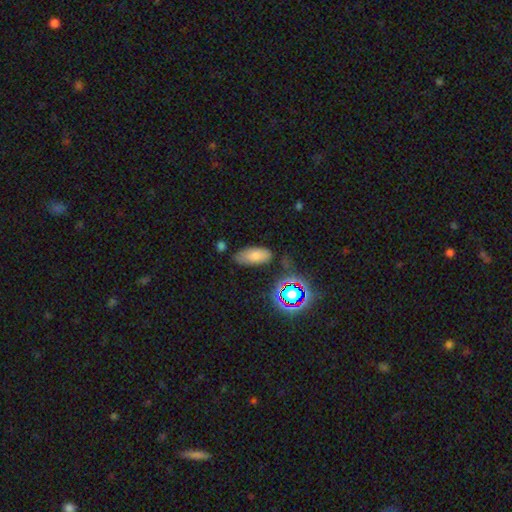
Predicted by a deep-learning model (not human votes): Smooth or featured: smooth — 74% (star or artifact — 14%)
How rounded: in between — 87% (cigar-shaped — 9%)
Merging: none — 72% (minor disturbance — 18%)